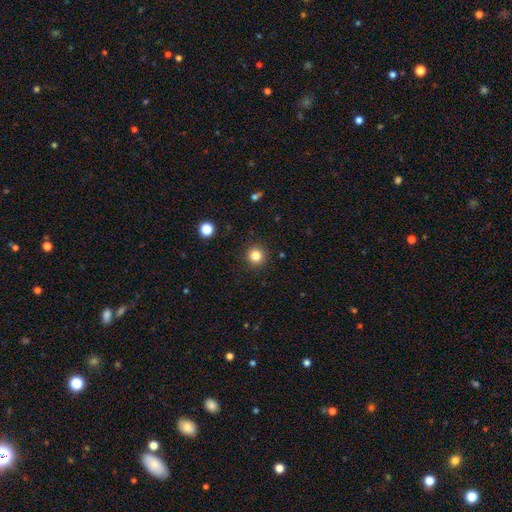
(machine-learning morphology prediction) This is clearly a smooth galaxy (82%). How rounded: clearly round (95%). Merging: clearly none (92%).